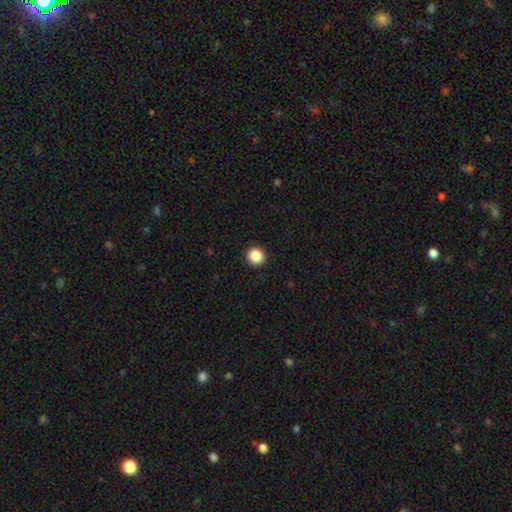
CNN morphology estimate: smooth-or-featured: smooth: 87% | star or artifact: 10% | featured or disk: 3%
  how-rounded: round: 96% | in between: 3% | cigar-shaped: 1%
  merging: none: 94% | minor disturbance: 4% | major disturbance: 1% | merger: 1%